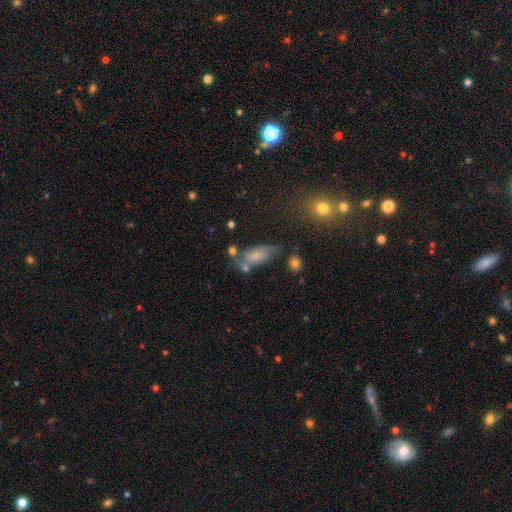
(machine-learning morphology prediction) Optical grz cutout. It shows a smooth galaxy with no disk features (70%) that is in between round and cigar-shaped (84%). Merging: none (49%).